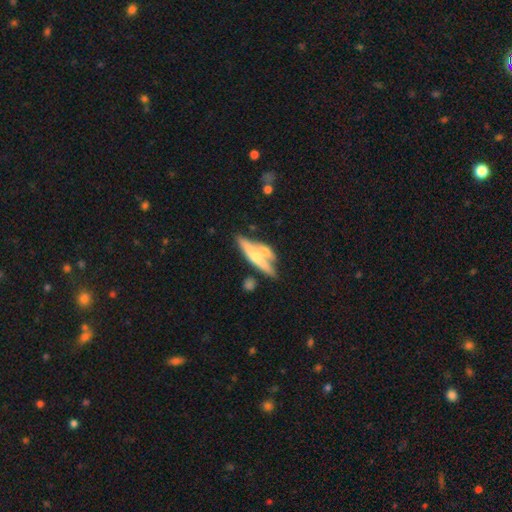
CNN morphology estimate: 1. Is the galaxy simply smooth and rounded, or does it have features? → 48% featured or disk, 45% smooth, 6% star or artifact.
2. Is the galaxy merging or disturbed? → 44% none, 40% merger, 11% minor disturbance, 5% major disturbance.